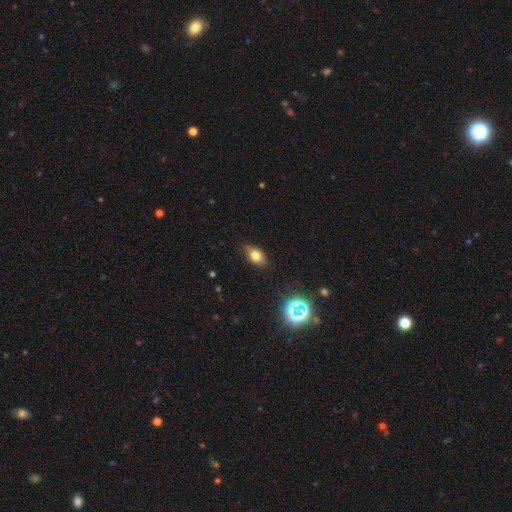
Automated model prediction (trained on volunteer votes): A smooth galaxy with no disk features (74%) that is in between round and cigar-shaped (84%). Merging: none (82%).